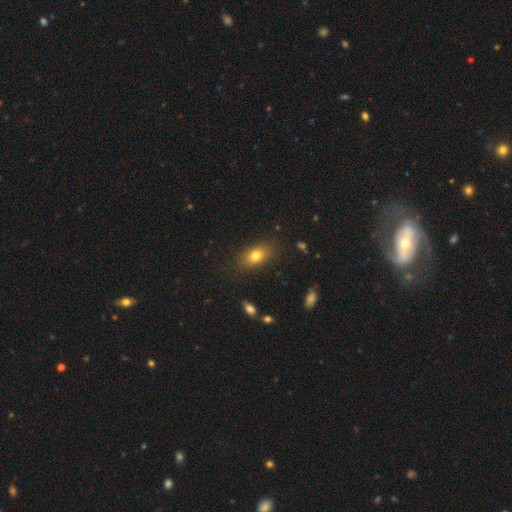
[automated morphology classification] A smooth galaxy with no disk features (78%) that is in between round and cigar-shaped (81%).

Vote fractions:
- Smooth or featured? smooth: 78% / featured or disk: 12% / star or artifact: 10%
- How rounded? in between: 81% / round: 14% / cigar-shaped: 5%
- Merging? none: 83% / minor disturbance: 12% / major disturbance: 4% / merger: 1%